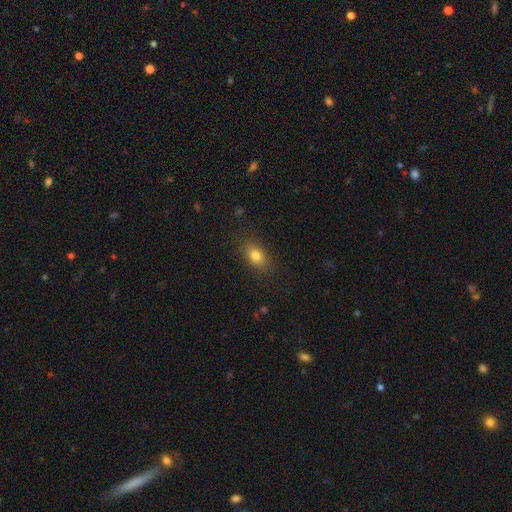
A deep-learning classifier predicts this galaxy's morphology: Smooth or featured? smooth (80%)
How rounded? in between (82%)
Merging? none (85%)